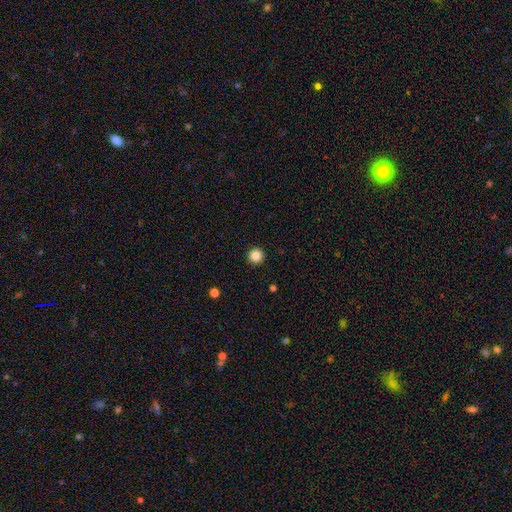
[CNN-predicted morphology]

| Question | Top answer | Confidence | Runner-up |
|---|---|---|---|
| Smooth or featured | smooth | 85% | star or artifact (11%) |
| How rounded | round | 97% | in between (2%) |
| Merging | none | 94% | minor disturbance (4%) |